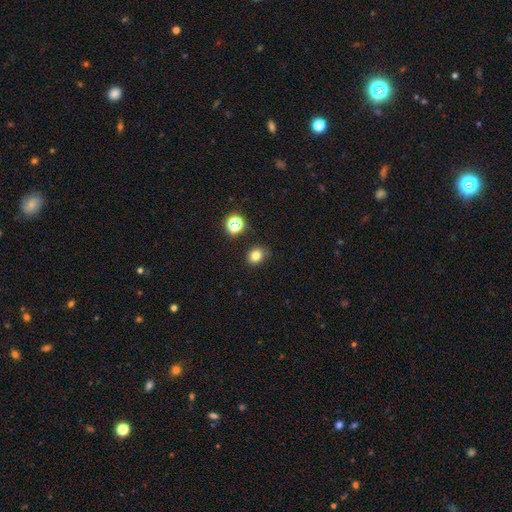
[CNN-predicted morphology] This is likely a smooth galaxy (79%). How rounded: likely round (61%). Merging: clearly none (83%).